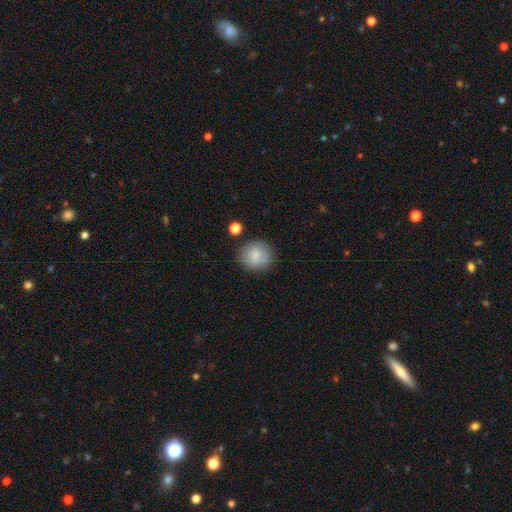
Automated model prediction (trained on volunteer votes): Morphology: type=smooth (82%); roundness=round (87%); merging=none (79%).